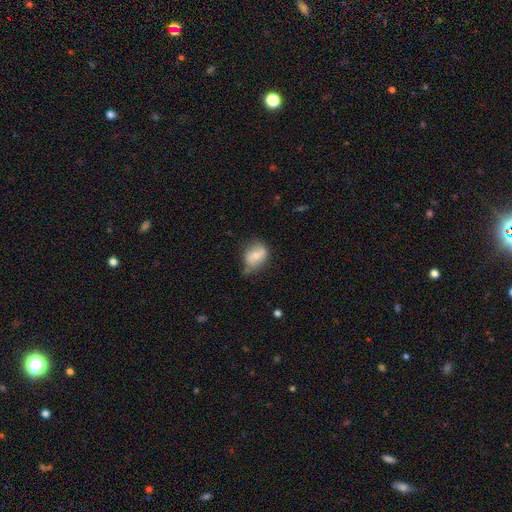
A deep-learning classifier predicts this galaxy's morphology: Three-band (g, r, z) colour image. It shows a smooth galaxy with no disk features (63%) that is in between round and cigar-shaped (63%). Merging: none (47%).